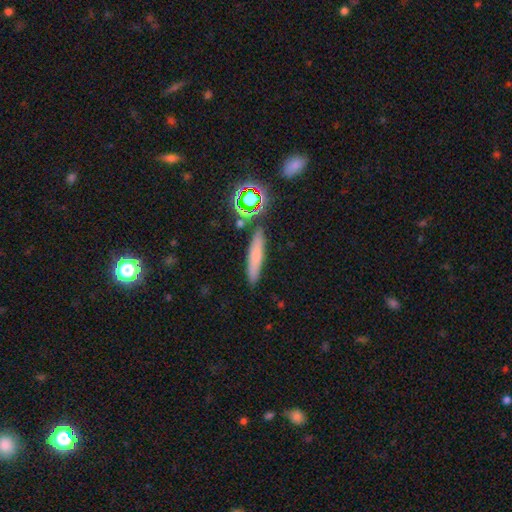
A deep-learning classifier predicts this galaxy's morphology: A smooth galaxy with no disk features (66%) that is cigar-shaped (83%). Merging: none (85%).